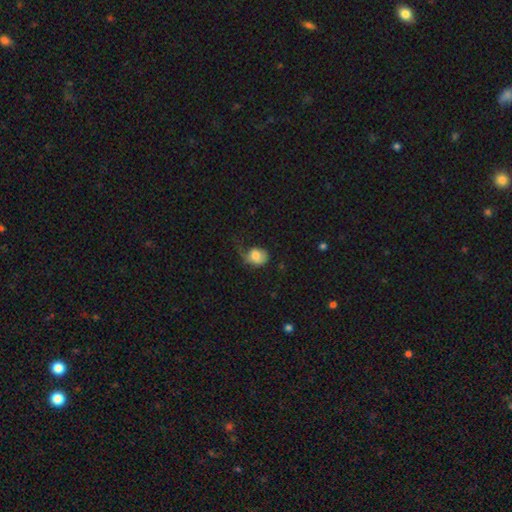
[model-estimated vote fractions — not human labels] Q: Smooth or featured?
A: smooth (69%); runner-up: featured or disk (23%)
Q: How rounded?
A: in between (53%); runner-up: round (46%)
Q: Merging?
A: major disturbance (47%); runner-up: minor disturbance (26%)